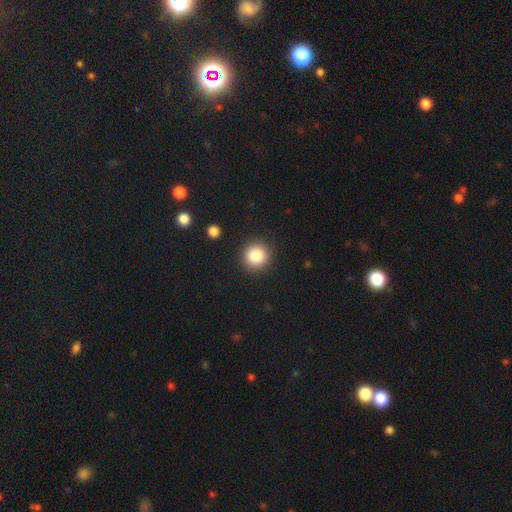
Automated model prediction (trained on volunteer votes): This is clearly a smooth galaxy (87%). How rounded: clearly round (92%). Merging: clearly none (89%).